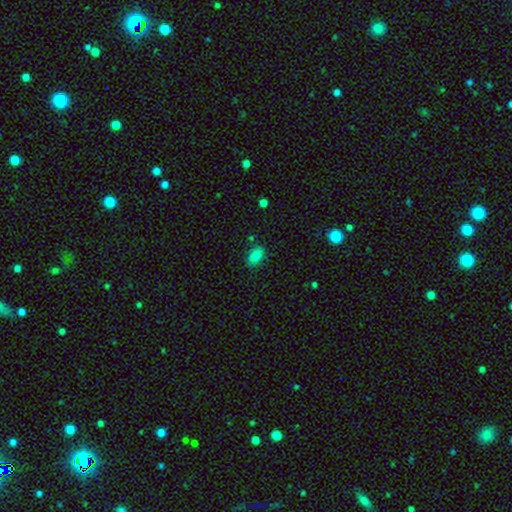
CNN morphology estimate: smooth 85%, star or artifact 9%, featured or disk 5%. Down the decision tree: how rounded — in between (89%); merging — none (82%).